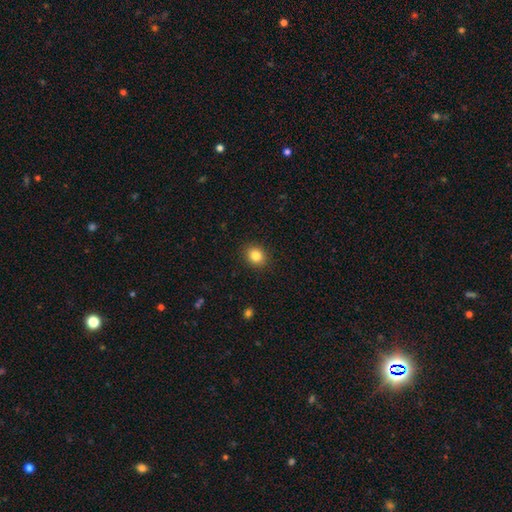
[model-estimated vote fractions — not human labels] Smooth or featured?
  - smooth: 84% *
  - star or artifact: 10%
  - featured or disk: 5%
How rounded?
  - round: 71% *
  - in between: 28%
  - cigar-shaped: 1%
Merging?
  - none: 90% *
  - minor disturbance: 7%
  - major disturbance: 2%
  - merger: 1%